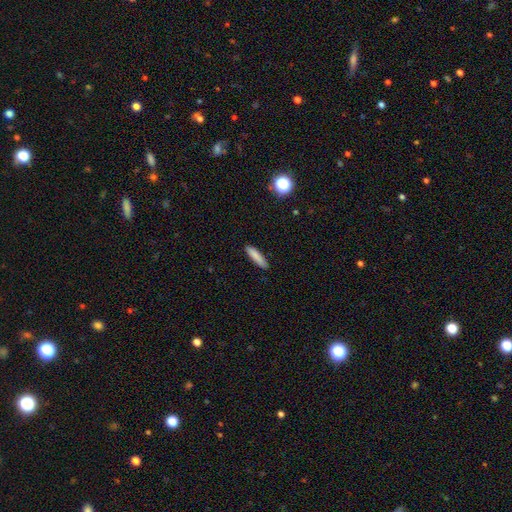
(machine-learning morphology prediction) This is clearly a smooth galaxy (85%). How rounded: likely cigar-shaped (78%). Merging: clearly none (88%).